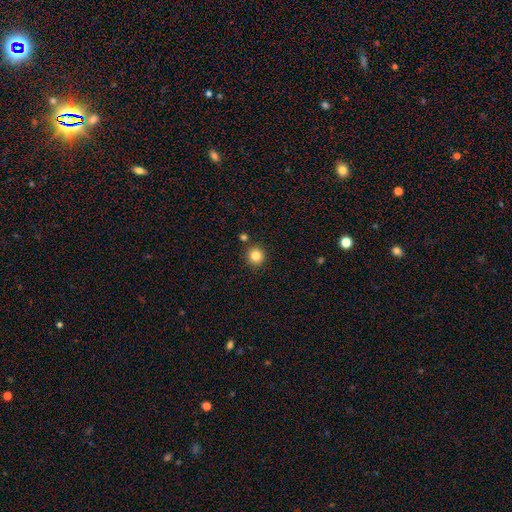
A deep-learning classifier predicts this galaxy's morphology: Smooth or featured? smooth (85%)
How rounded? round (93%)
Merging? none (87%)